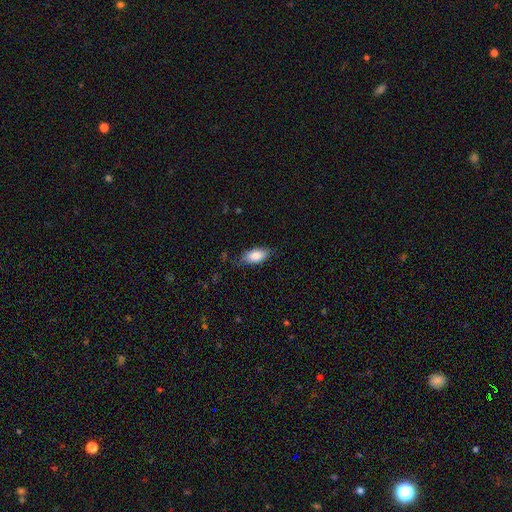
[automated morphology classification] A smooth galaxy with no disk features (83%) that is in between round and cigar-shaped (88%). Merging: none (72%).